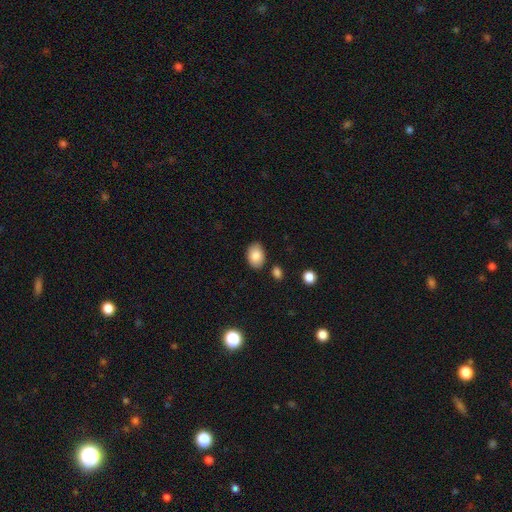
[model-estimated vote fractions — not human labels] This is clearly a smooth galaxy (86%). How rounded: clearly in between (84%). Merging: clearly none (83%).